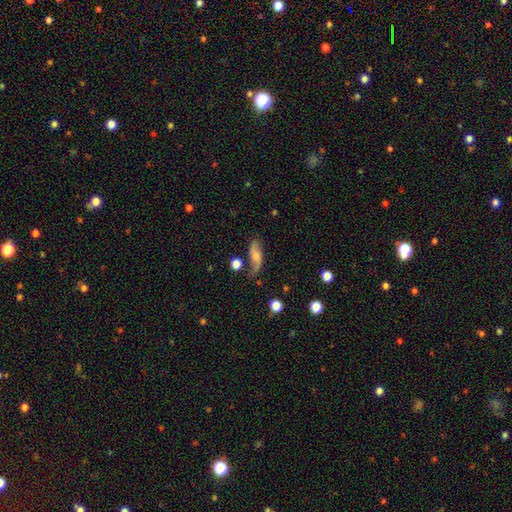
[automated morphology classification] smooth_or_featured: smooth (p=0.48) [alt: featured or disk p=0.43]
merging: none (p=0.50) [alt: minor disturbance p=0.28]